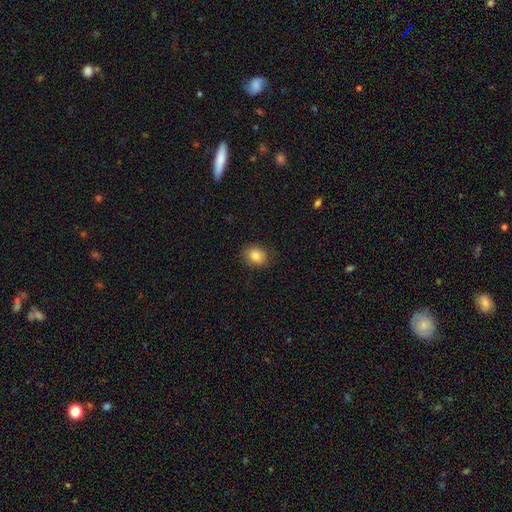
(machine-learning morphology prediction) Q: Smooth or featured?
A: smooth (85%); runner-up: star or artifact (9%)
Q: How rounded?
A: round (51%); runner-up: in between (48%)
Q: Merging?
A: none (84%); runner-up: minor disturbance (12%)